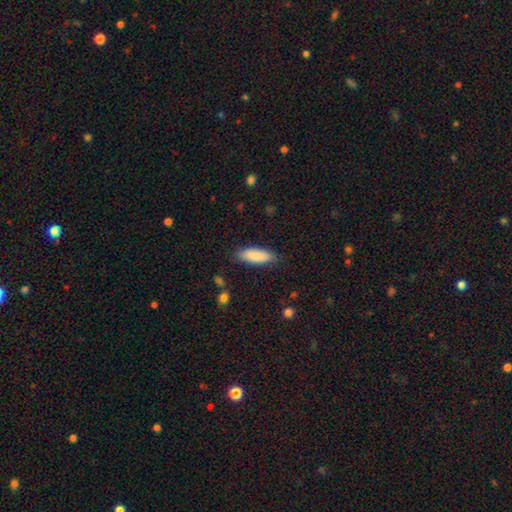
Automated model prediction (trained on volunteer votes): Morphology: type=smooth (87%); roundness=in between (69%); merging=none (83%).